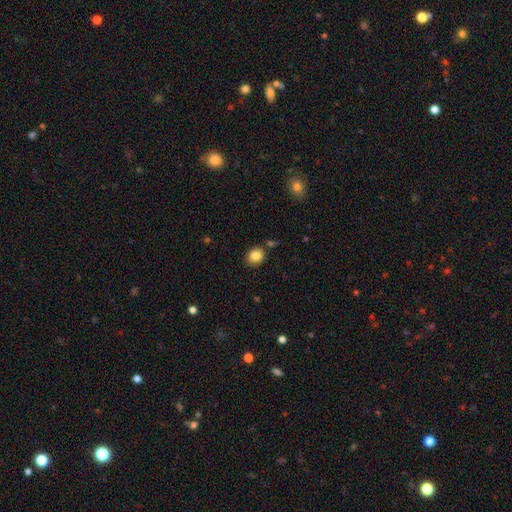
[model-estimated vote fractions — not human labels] Smooth or featured?
  - smooth: 85% *
  - star or artifact: 10%
  - featured or disk: 6%
How rounded?
  - round: 70% *
  - in between: 29%
  - cigar-shaped: 1%
Merging?
  - none: 82% *
  - minor disturbance: 11%
  - merger: 5%
  - major disturbance: 3%